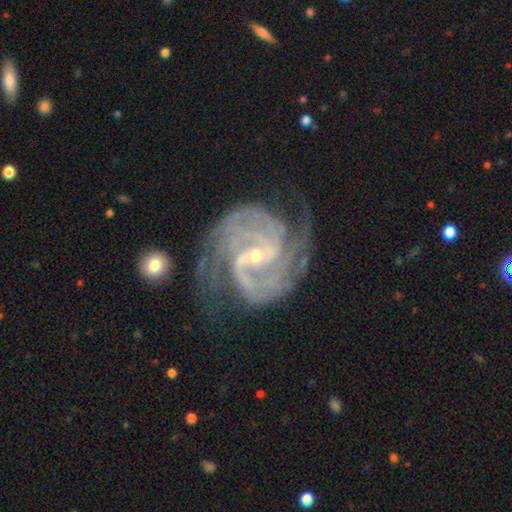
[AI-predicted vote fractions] Smooth or featured? Predicted: featured or disk (p=0.93). Edge-on disk? Predicted: no (p=0.98). Bar? Predicted: weak (p=0.45). Spiral arms? Predicted: yes (p=0.99). Spiral winding? Predicted: tight (p=0.47). Spiral arm count? Predicted: 2 (p=0.41). Bulge size? Predicted: small (p=0.75). Merging? Predicted: none (p=0.61).